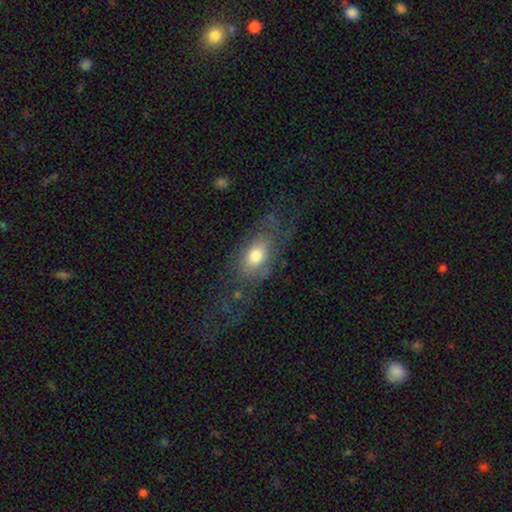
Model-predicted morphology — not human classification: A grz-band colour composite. It shows a smooth galaxy with no disk features (54%) that is in between round and cigar-shaped (84%). Merging: none (48%).